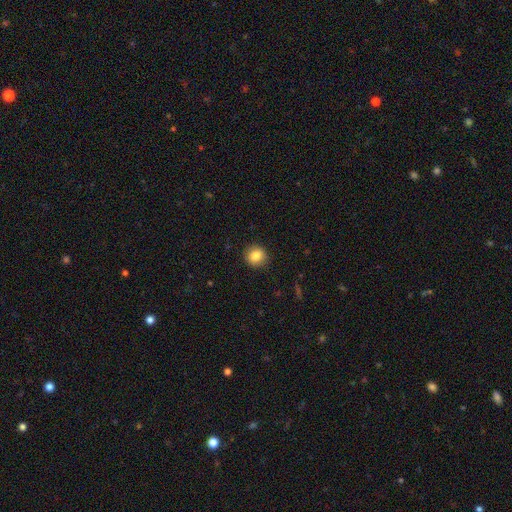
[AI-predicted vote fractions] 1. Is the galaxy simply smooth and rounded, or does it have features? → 84% smooth, 9% star or artifact, 6% featured or disk.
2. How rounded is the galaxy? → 89% round, 10% in between, 1% cigar-shaped.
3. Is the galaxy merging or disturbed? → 90% none, 7% minor disturbance, 2% major disturbance, 1% merger.